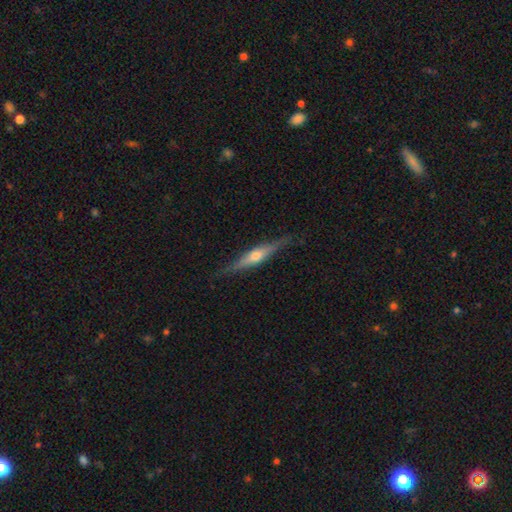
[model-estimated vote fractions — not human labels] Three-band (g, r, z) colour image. It shows a featured or disk galaxy (71%) viewed edge-on (97%) with a rounded central bulge (88%). Merging: none (86%).